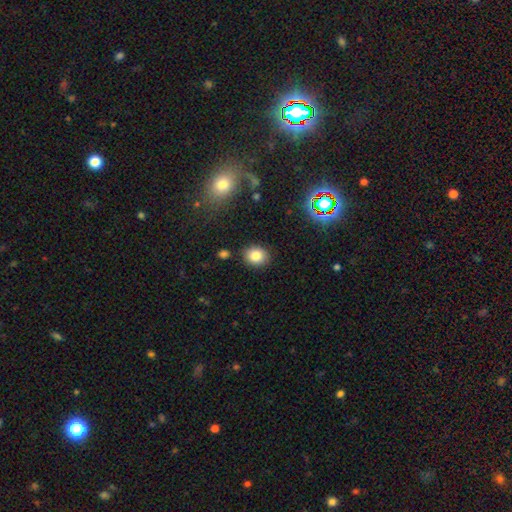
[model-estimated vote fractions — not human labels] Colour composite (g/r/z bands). It shows a smooth galaxy with no disk features (82%) that is round (62%). Merging: none (88%).